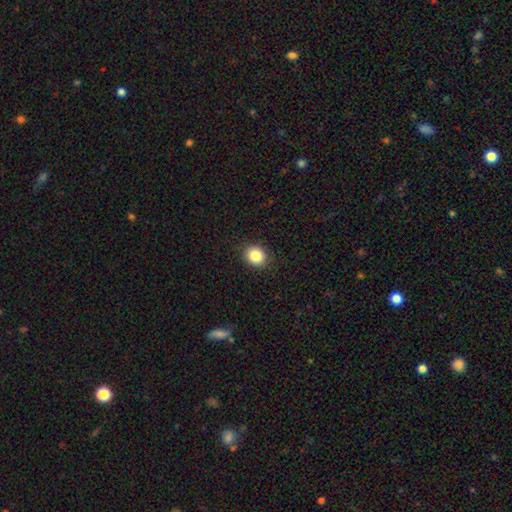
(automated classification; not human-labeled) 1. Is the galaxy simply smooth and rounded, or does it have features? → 85% smooth, 10% star or artifact, 5% featured or disk.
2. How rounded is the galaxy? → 71% round, 28% in between, 1% cigar-shaped.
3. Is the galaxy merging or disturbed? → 90% none, 7% minor disturbance, 2% major disturbance, 1% merger.